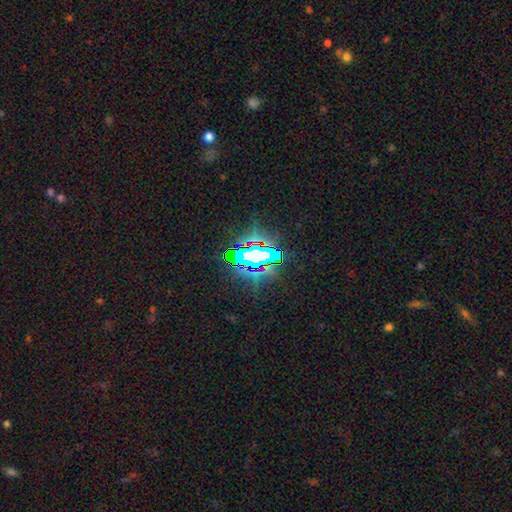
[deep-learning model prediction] The model was most divided on "smooth or featured": star or artifact: 70%, smooth: 16%, featured or disk: 14%.